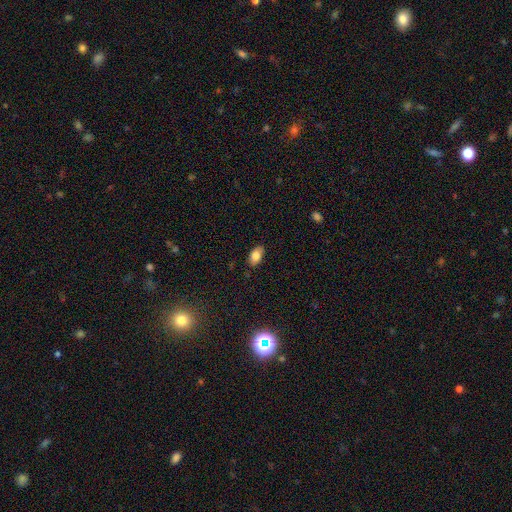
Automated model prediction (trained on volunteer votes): Smooth or featured? smooth (84%)
How rounded? in between (92%)
Merging? none (85%)